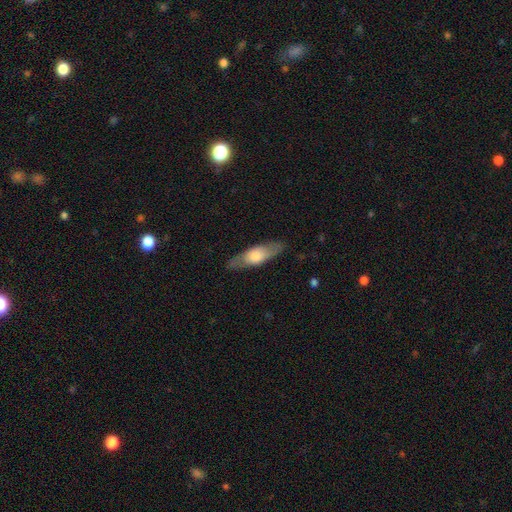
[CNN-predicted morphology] smooth 53%, featured or disk 42%, star or artifact 5%. Down the decision tree: how rounded — in between (52%); merging — none (81%).